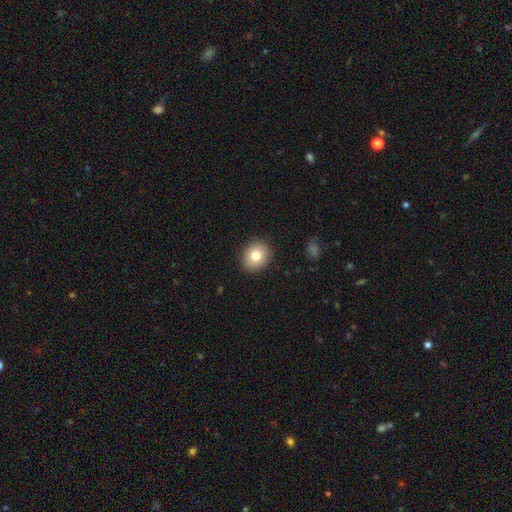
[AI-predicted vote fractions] smooth_or_featured: smooth (p=0.80) [alt: featured or disk p=0.11]
how_rounded: round (p=0.68) [alt: in between p=0.31]
merging: none (p=0.89) [alt: minor disturbance p=0.08]